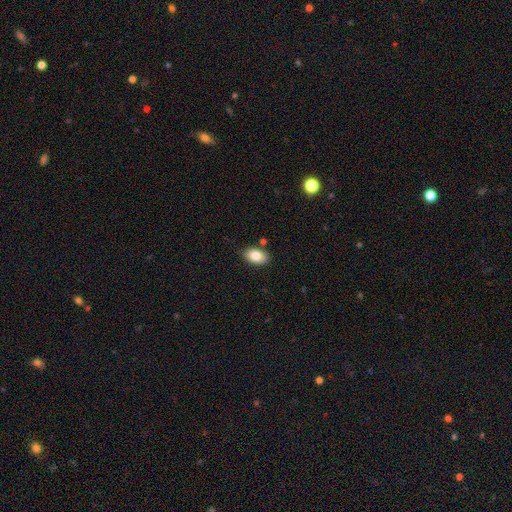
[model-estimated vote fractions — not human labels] This appears to be a smooth galaxy with no disk features (84%) that is in between round and cigar-shaped (91%). Merging: none (84%).